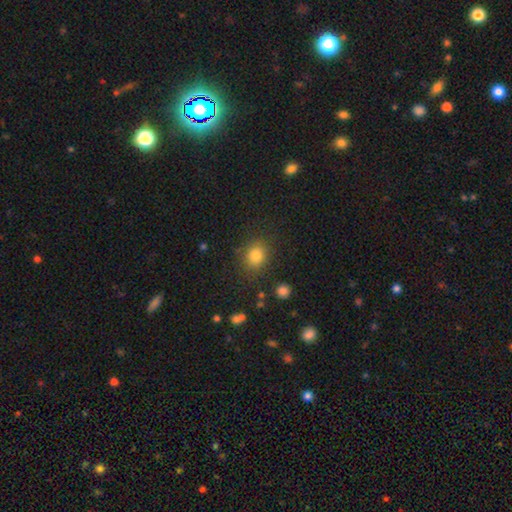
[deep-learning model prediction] Smooth or featured?
  - smooth: 80% *
  - star or artifact: 13%
  - featured or disk: 7%
How rounded?
  - round: 76% *
  - in between: 22%
  - cigar-shaped: 1%
Merging?
  - none: 83% *
  - minor disturbance: 11%
  - major disturbance: 4%
  - merger: 2%